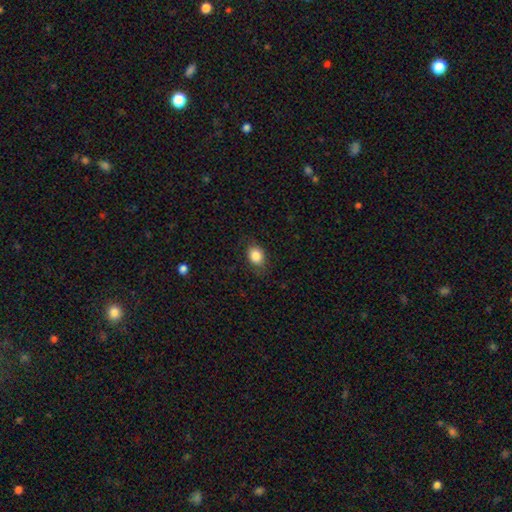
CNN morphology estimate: Smooth or featured: smooth — 84% (star or artifact — 9%)
How rounded: in between — 62% (round — 37%)
Merging: none — 79% (minor disturbance — 15%)